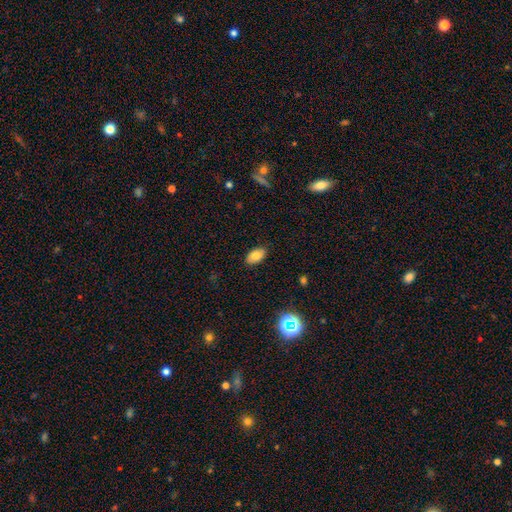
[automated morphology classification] A smooth galaxy with no disk features (83%) that is in between round and cigar-shaped (93%). Merging: none (87%).